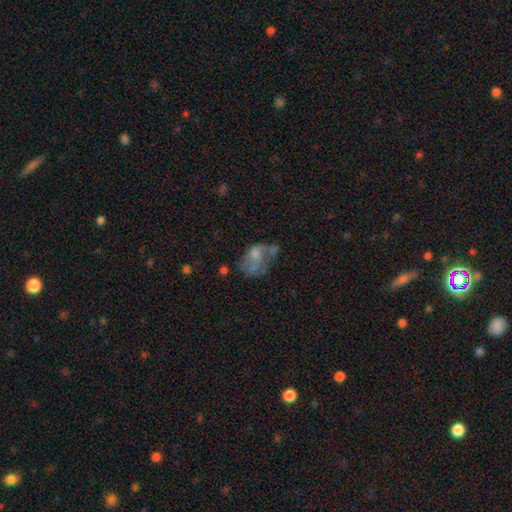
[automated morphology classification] The model was most divided on "merging": major disturbance: 34%, none: 29%, minor disturbance: 23%, merger: 14%. Remaining: smooth or featured — featured or disk (50%).